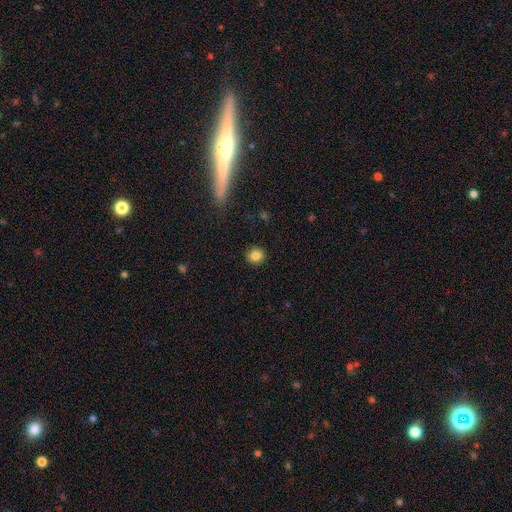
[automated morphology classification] A smooth galaxy with no disk features (84%) that is round (87%).

Vote fractions:
- Smooth or featured? smooth: 84% / star or artifact: 10% / featured or disk: 6%
- How rounded? round: 87% / in between: 12% / cigar-shaped: 1%
- Merging? none: 91% / minor disturbance: 6% / major disturbance: 2% / merger: 1%